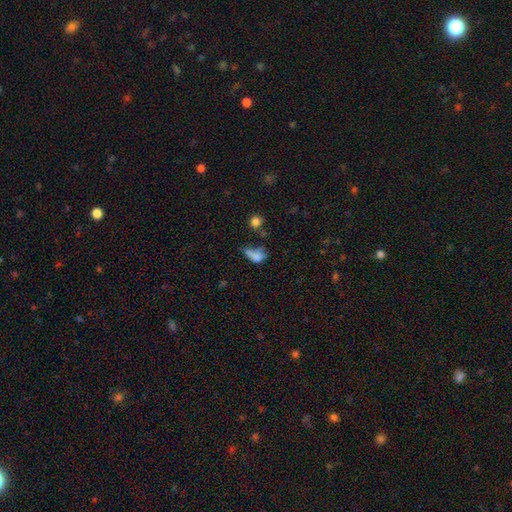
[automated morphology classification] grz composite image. It shows a smooth galaxy with no disk features (62%) that is in between round and cigar-shaped (73%). Merging: major disturbance (33%).